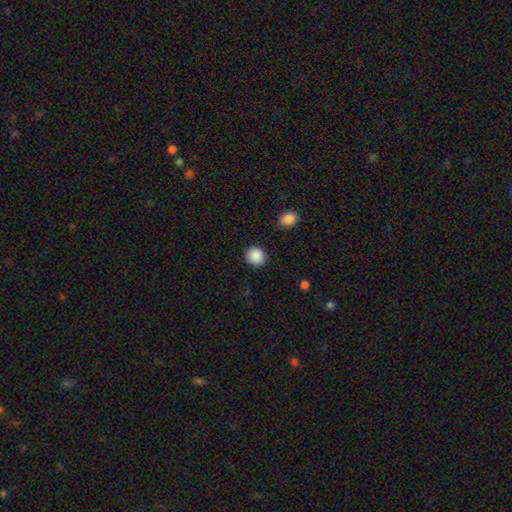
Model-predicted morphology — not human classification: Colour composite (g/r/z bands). It shows a smooth galaxy with no disk features (89%) that is round (86%). Merging: none (89%).